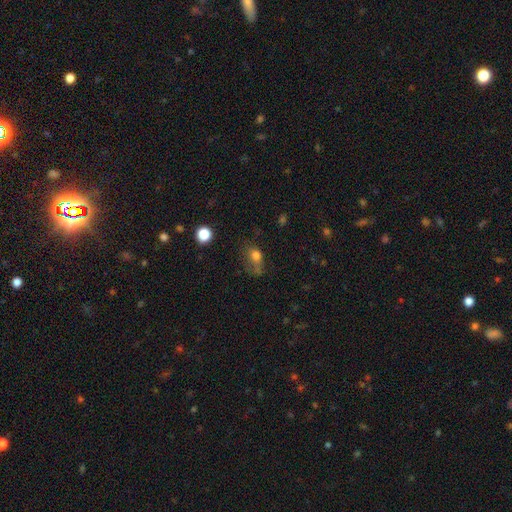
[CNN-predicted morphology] This appears to be a smooth galaxy with no disk features (71%) that is in between round and cigar-shaped (62%). Merging: none (35%).